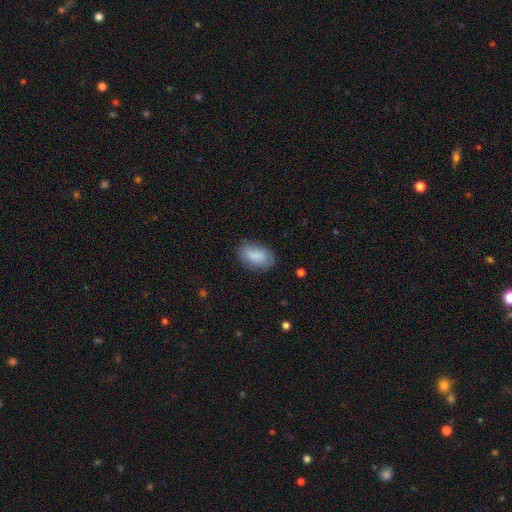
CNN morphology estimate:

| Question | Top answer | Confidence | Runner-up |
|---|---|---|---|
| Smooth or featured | smooth | 85% | featured or disk (8%) |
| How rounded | in between | 91% | round (8%) |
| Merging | none | 75% | minor disturbance (19%) |